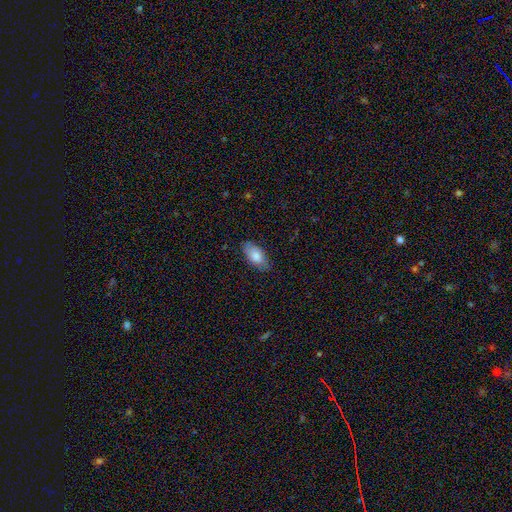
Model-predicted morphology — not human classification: smooth 80%, featured or disk 14%, star or artifact 6%. Down the decision tree: how rounded — in between (92%); merging — none (76%).